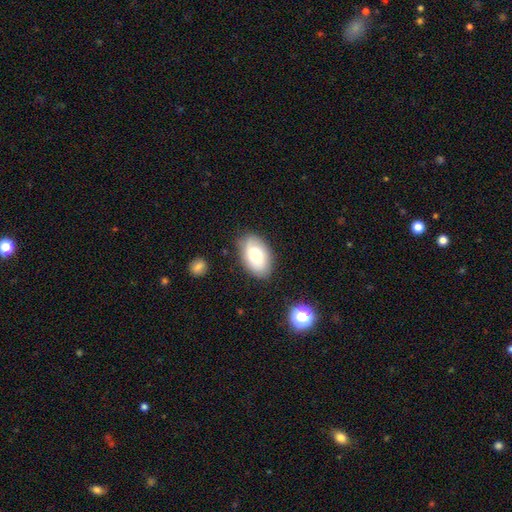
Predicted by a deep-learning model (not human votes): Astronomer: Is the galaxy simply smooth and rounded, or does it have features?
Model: smooth — 72%.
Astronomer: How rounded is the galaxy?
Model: in between — 93%.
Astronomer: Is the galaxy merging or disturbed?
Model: none — 80%.